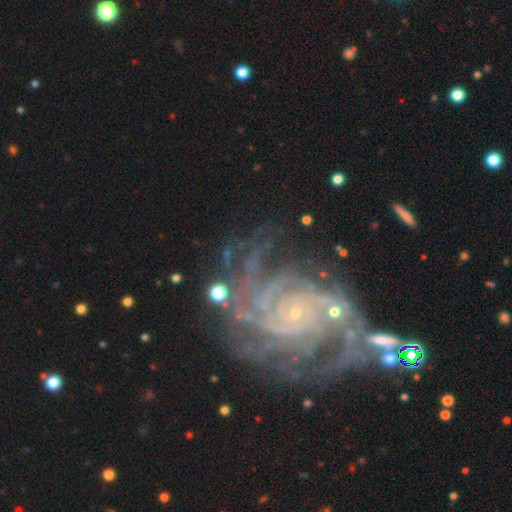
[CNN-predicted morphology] Smooth or featured?
  - featured or disk: 91% *
  - star or artifact: 6%
  - smooth: 3%
Edge-on disk?
  - no: 98% *
  - yes: 2%
Bar?
  - no: 73% *
  - weak: 19%
  - strong: 8%
Spiral arms?
  - yes: 98% *
  - no: 2%
Spiral winding?
  - tight: 71% *
  - medium: 24%
  - loose: 4%
Spiral arm count?
  - 4: 25% *
  - more than 4: 22%
  - 3: 16%
  - can't tell: 15%
  - 2: 13%
  - 1: 9%
Bulge size?
  - small: 88% *
  - none: 5%
  - moderate: 5%
  - large: 1%
  - dominant: 1%
Merging?
  - none: 63% *
  - minor disturbance: 19%
  - major disturbance: 11%
  - merger: 7%